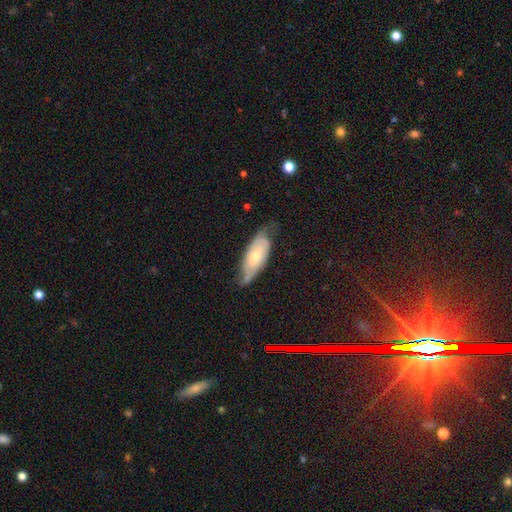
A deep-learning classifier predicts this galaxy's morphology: type=featured or disk (53%); edge-on=no (83%); merging=none (54%).